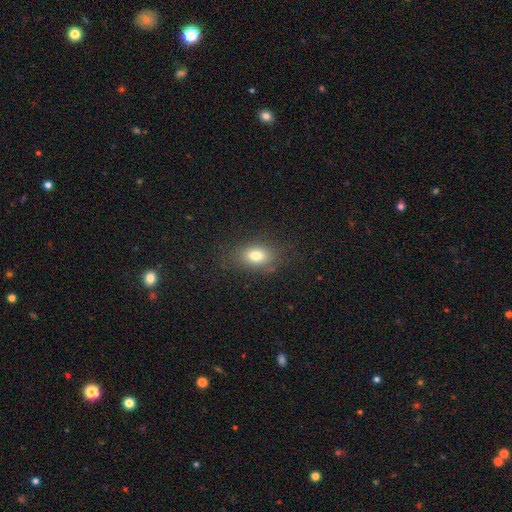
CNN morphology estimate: Smooth or featured? Predicted: smooth (p=0.77). How rounded? Predicted: in between (p=0.78). Merging? Predicted: none (p=0.79).